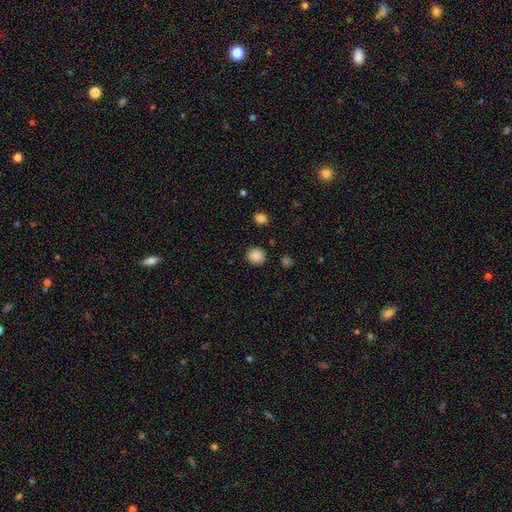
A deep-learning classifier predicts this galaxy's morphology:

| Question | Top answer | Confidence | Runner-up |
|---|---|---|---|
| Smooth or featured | smooth | 87% | star or artifact (10%) |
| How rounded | round | 88% | in between (11%) |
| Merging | none | 89% | minor disturbance (7%) |